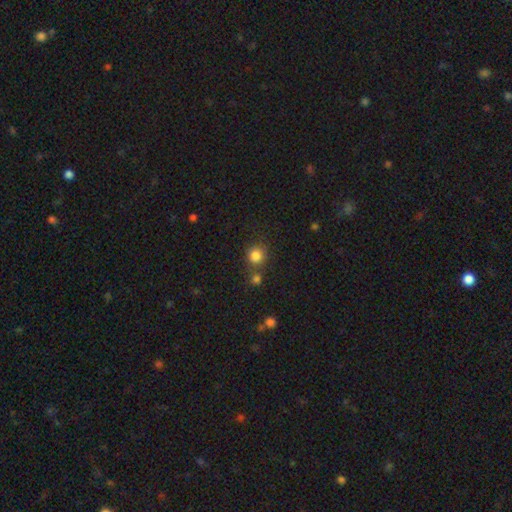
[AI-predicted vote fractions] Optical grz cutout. It shows a smooth galaxy with no disk features (82%) that is round (89%). Merging: none (69%).